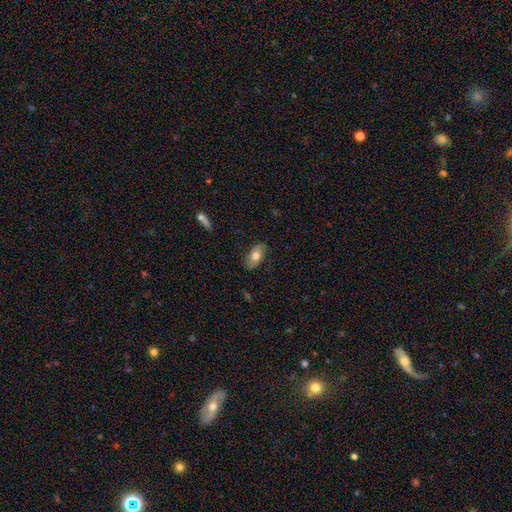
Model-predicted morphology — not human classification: type=smooth (73%); roundness=in between (92%); merging=none (84%).